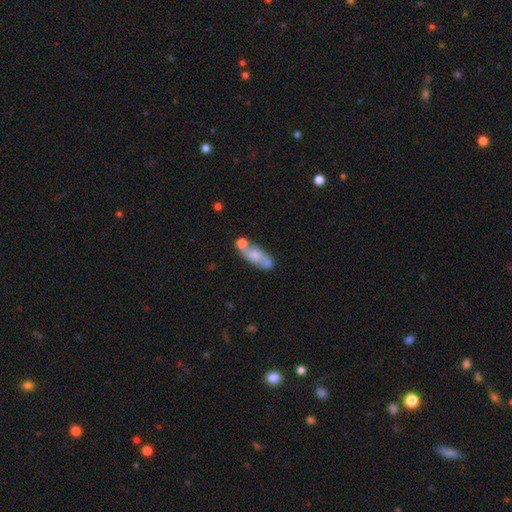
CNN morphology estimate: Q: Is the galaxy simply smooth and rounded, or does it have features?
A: smooth — 60%.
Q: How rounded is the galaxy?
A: in between — 65%.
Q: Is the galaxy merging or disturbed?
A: none — 46%.